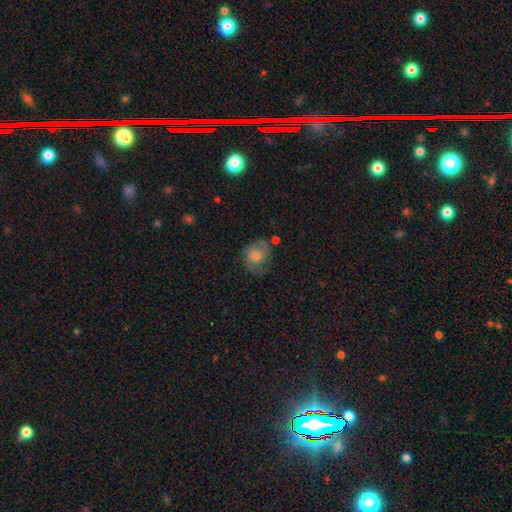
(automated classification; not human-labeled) A featured or disk galaxy (49%). Merging: none (61%).